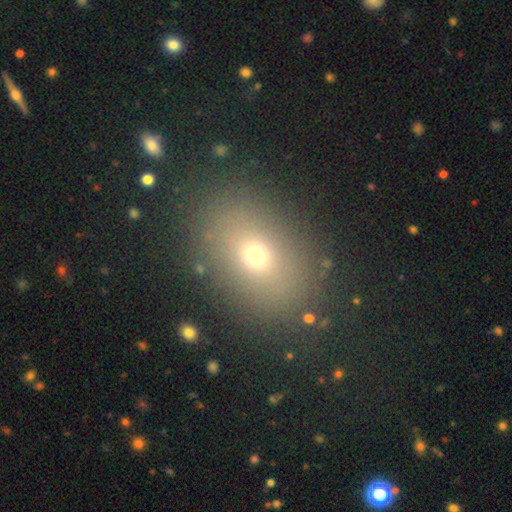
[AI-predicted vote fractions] Q: Smooth or featured?
A: smooth (67%); runner-up: star or artifact (20%)
Q: How rounded?
A: in between (66%); runner-up: round (32%)
Q: Merging?
A: none (85%); runner-up: minor disturbance (9%)